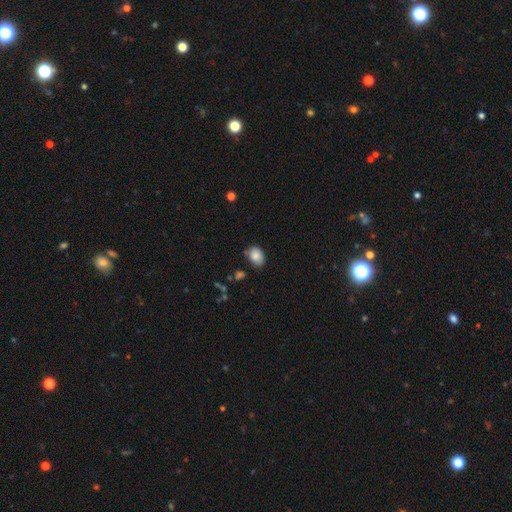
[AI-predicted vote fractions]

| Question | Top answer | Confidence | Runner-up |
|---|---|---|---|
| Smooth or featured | smooth | 83% | featured or disk (8%) |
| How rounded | in between | 70% | round (29%) |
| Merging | none | 72% | minor disturbance (21%) |